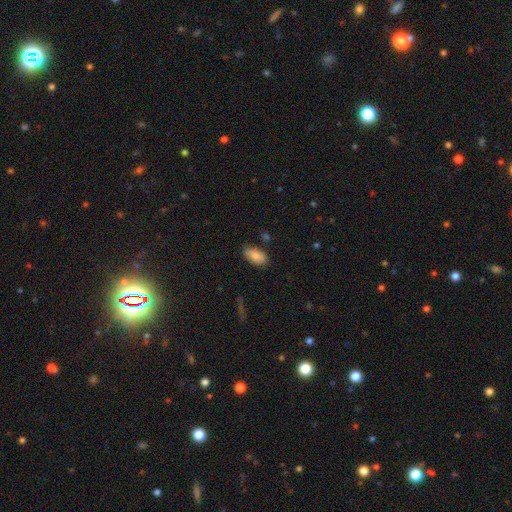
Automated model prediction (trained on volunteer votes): Morphology: type=smooth (86%); roundness=in between (93%); merging=none (76%).